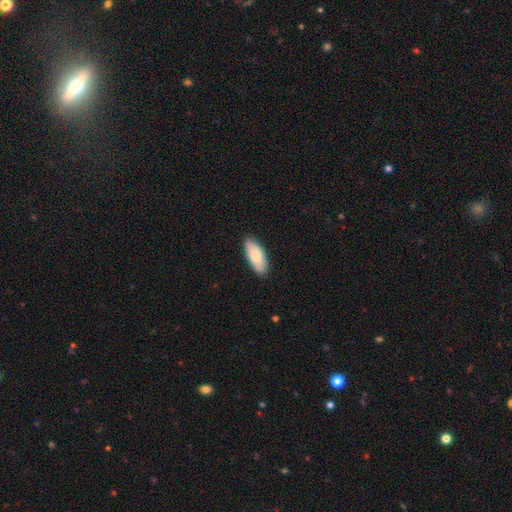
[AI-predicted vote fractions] Q: Smooth or featured?
A: smooth (82%); runner-up: featured or disk (13%)
Q: How rounded?
A: in between (86%); runner-up: cigar-shaped (12%)
Q: Merging?
A: none (86%); runner-up: minor disturbance (11%)